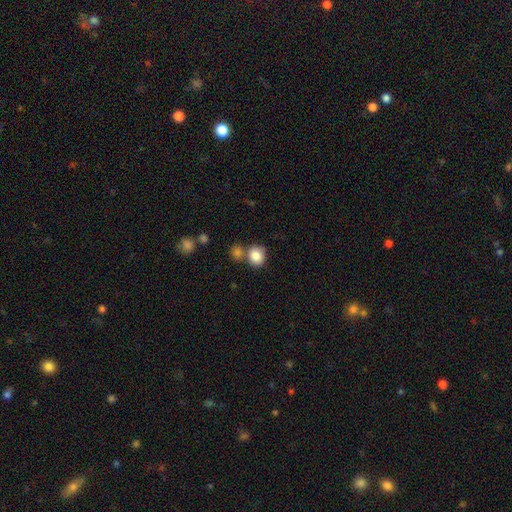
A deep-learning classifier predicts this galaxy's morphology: Smooth or featured?
  - smooth: 85% *
  - star or artifact: 9%
  - featured or disk: 6%
How rounded?
  - round: 73% *
  - in between: 26%
  - cigar-shaped: 1%
Merging?
  - none: 60% *
  - merger: 24%
  - minor disturbance: 12%
  - major disturbance: 4%